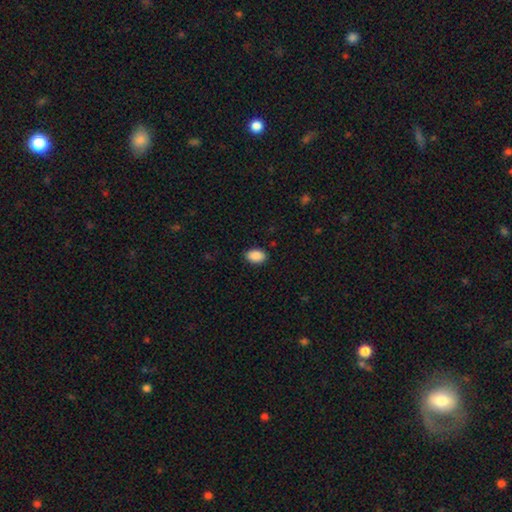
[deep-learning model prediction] This is clearly a smooth galaxy (90%). How rounded: clearly in between (88%). Merging: clearly none (87%).